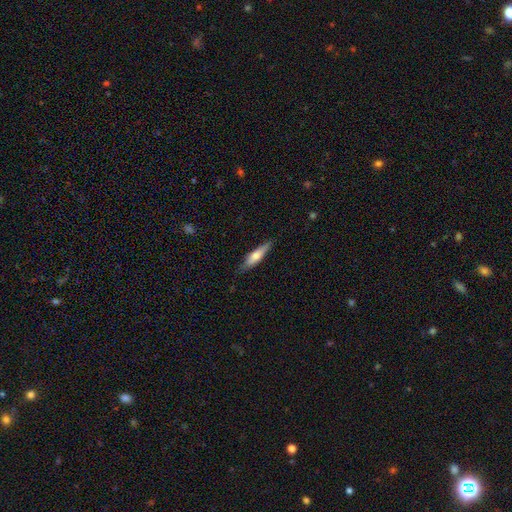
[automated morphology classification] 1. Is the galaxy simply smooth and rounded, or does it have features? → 59% smooth, 35% featured or disk, 6% star or artifact.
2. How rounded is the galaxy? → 74% cigar-shaped, 24% in between, 2% round.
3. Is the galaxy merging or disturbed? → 81% none, 15% minor disturbance, 3% major disturbance, 1% merger.